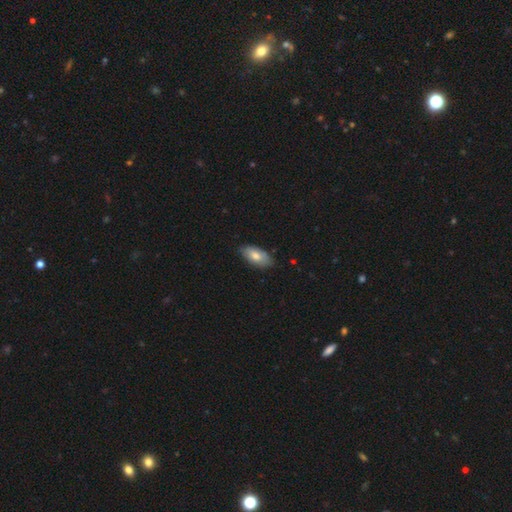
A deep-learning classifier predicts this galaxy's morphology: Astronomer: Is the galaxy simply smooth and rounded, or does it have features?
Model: smooth — 75%.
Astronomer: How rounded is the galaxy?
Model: in between — 92%.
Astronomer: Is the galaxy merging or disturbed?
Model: none — 79%.